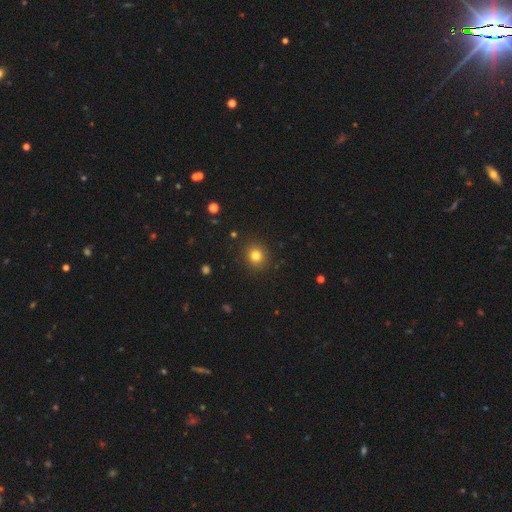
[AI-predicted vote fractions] A smooth galaxy with no disk features (81%) that is round (87%).

Vote fractions:
- Smooth or featured? smooth: 81% / star or artifact: 13% / featured or disk: 6%
- How rounded? round: 87% / in between: 12% / cigar-shaped: 1%
- Merging? none: 90% / minor disturbance: 6% / major disturbance: 2% / merger: 1%